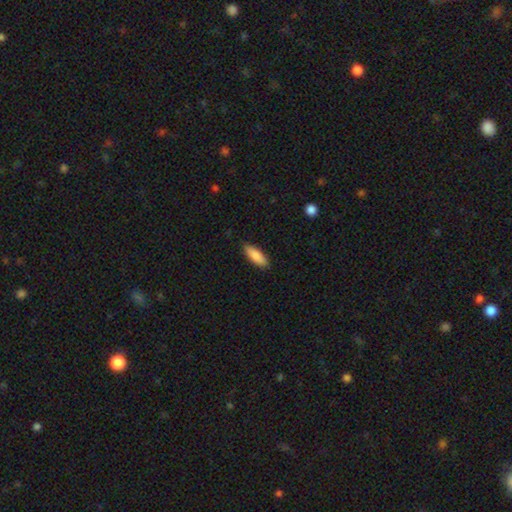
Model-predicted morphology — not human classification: smooth 88%, featured or disk 7%, star or artifact 6%. Down the decision tree: how rounded — in between (65%); merging — none (87%).